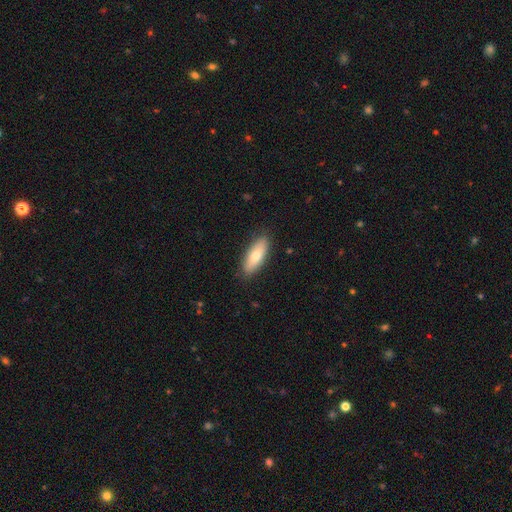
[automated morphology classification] smooth-or-featured: smooth: 73% | featured or disk: 21% | star or artifact: 6%
  how-rounded: in between: 70% | cigar-shaped: 27% | round: 2%
  merging: none: 86% | minor disturbance: 10% | major disturbance: 2% | merger: 1%